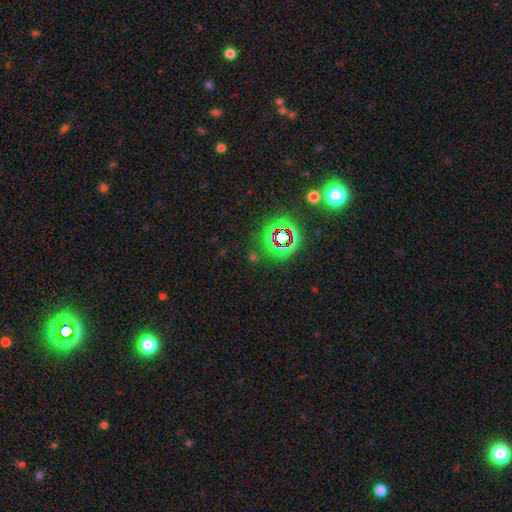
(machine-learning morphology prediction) A star or artifact, not a galaxy (74%).